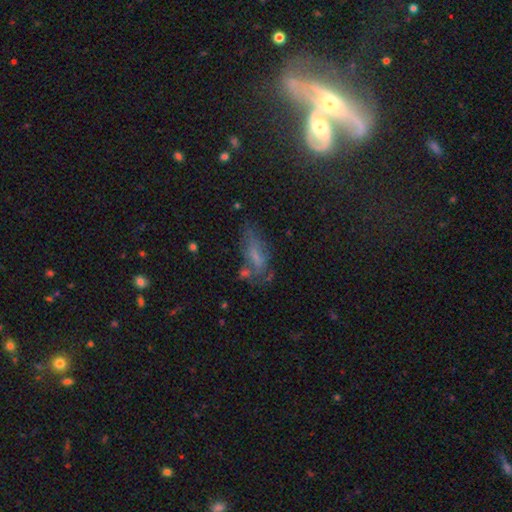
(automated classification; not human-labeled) Overall: smooth (46%; featured or disk 31%). Merging: none (47%; minor disturbance 25%).